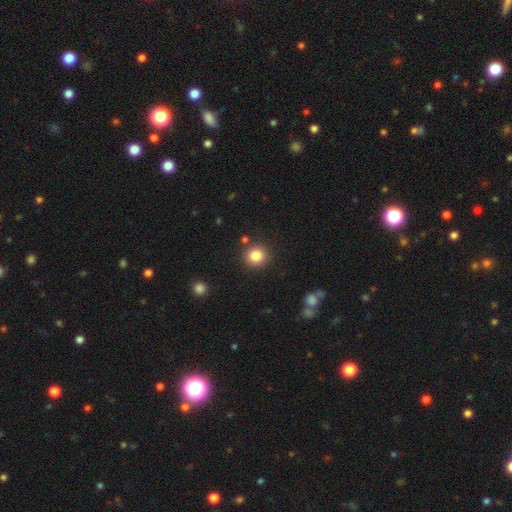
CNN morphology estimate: type=smooth (84%); roundness=round (91%); merging=none (87%).